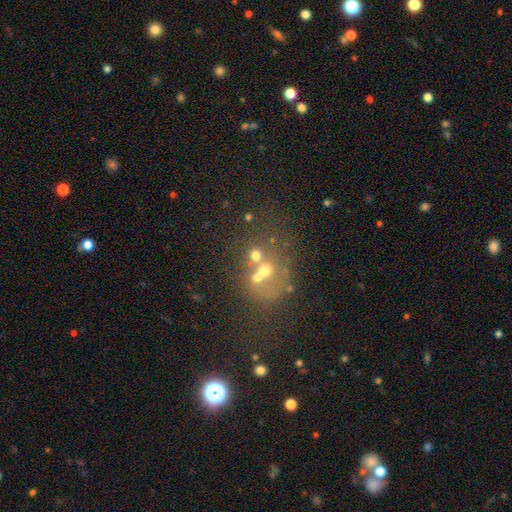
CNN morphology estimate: type=smooth (50%); roundness=round (74%); merging=merger (49%).